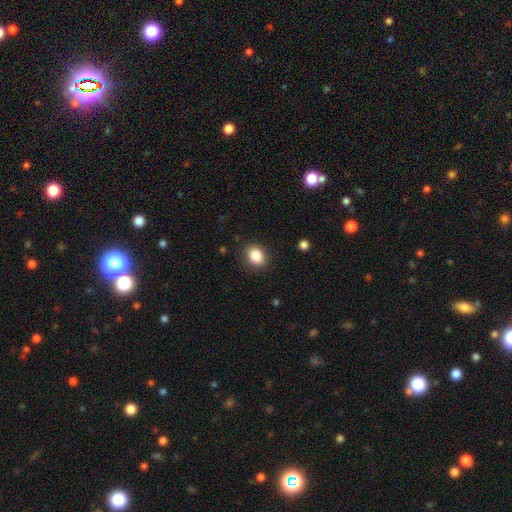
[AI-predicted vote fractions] smooth_or_featured: smooth (p=0.85) [alt: star or artifact p=0.09]
how_rounded: round (p=0.54) [alt: in between p=0.45]
merging: none (p=0.88) [alt: minor disturbance p=0.09]